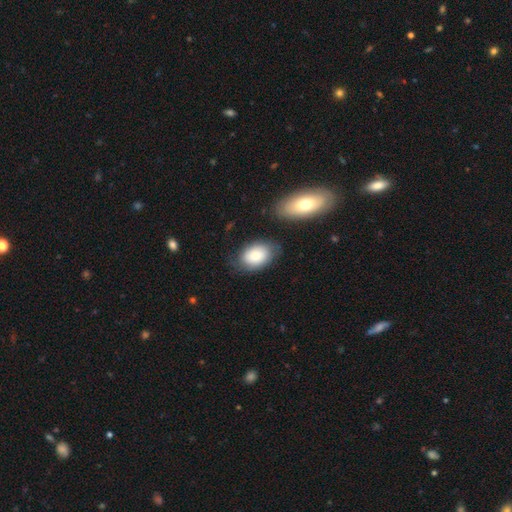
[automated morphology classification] smooth-or-featured: smooth: 81% | featured or disk: 12% | star or artifact: 7%
  how-rounded: in between: 84% | round: 15% | cigar-shaped: 1%
  merging: none: 70% | minor disturbance: 19% | major disturbance: 6% | merger: 5%